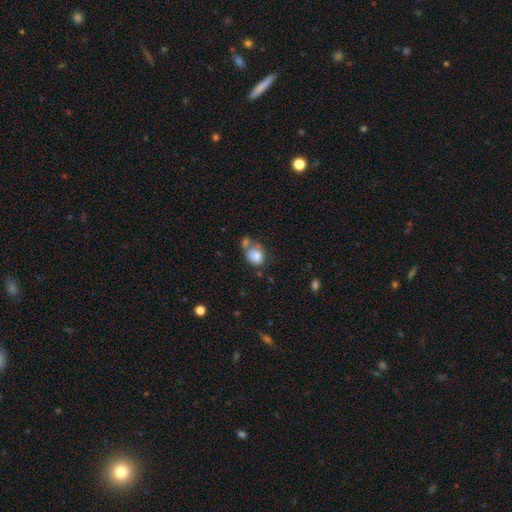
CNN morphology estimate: This appears to be a smooth galaxy with no disk features (81%) that is round (54%). Merging: none (38%, tied with merger).